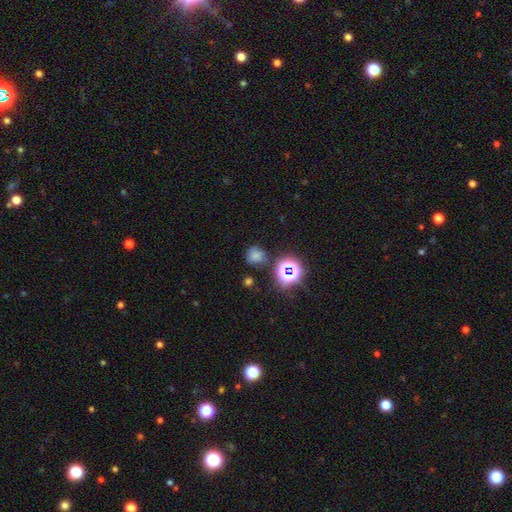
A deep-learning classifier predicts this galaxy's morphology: The model was most divided on "smooth or featured": smooth: 63%, star or artifact: 28%, featured or disk: 10%. More confident: how rounded — round (79%); merging — none (68%).